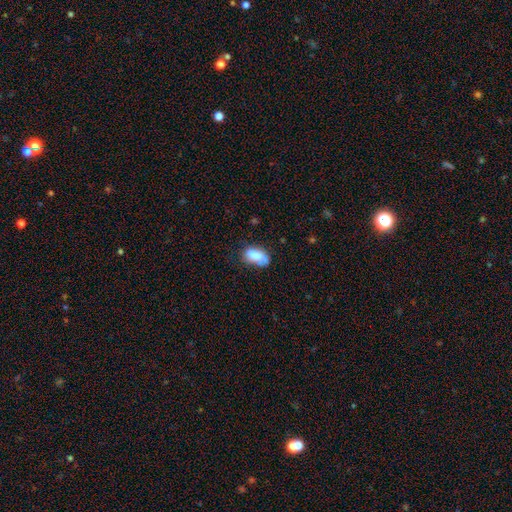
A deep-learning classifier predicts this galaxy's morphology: smooth_or_featured: smooth (p=0.77) [alt: featured or disk p=0.15]
how_rounded: in between (p=0.89) [alt: cigar-shaped p=0.06]
merging: none (p=0.48) [alt: minor disturbance p=0.32]